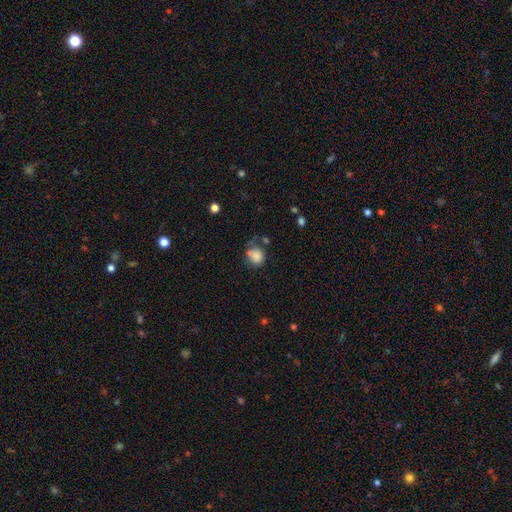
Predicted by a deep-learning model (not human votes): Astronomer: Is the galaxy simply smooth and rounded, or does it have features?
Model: smooth — 82%.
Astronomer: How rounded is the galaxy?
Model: round — 71%.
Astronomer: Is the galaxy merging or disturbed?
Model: none — 47% (runner-up: minor disturbance, 25%).